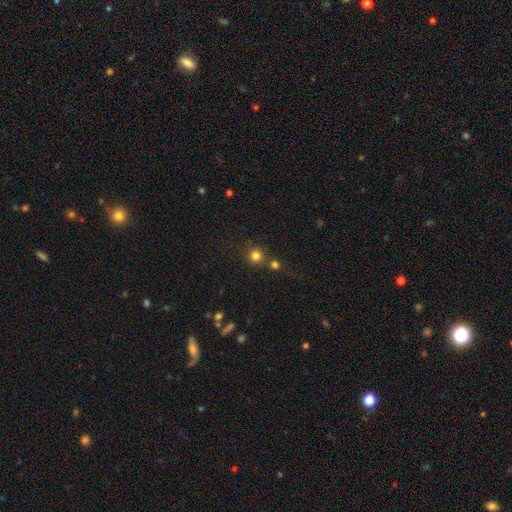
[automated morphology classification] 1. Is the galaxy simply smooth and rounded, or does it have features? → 79% smooth, 15% star or artifact, 6% featured or disk.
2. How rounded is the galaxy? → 92% round, 7% in between, 1% cigar-shaped.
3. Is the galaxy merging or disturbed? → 73% none, 16% merger, 8% minor disturbance, 3% major disturbance.